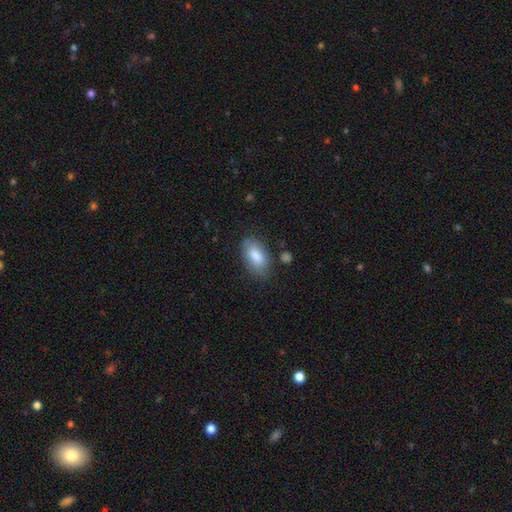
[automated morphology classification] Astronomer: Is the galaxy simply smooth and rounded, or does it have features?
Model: smooth — 81%.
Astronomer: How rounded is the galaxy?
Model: in between — 93%.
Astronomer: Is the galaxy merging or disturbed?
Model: none — 76%.